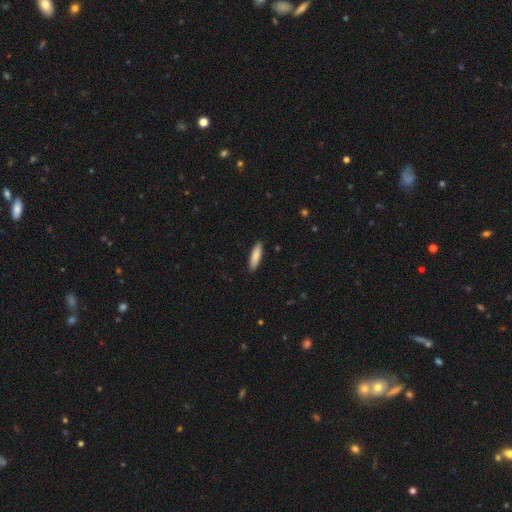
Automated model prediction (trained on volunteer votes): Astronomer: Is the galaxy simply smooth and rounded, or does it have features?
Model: smooth — 86%.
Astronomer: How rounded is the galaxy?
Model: cigar-shaped — 69%.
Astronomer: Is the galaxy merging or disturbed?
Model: none — 89%.